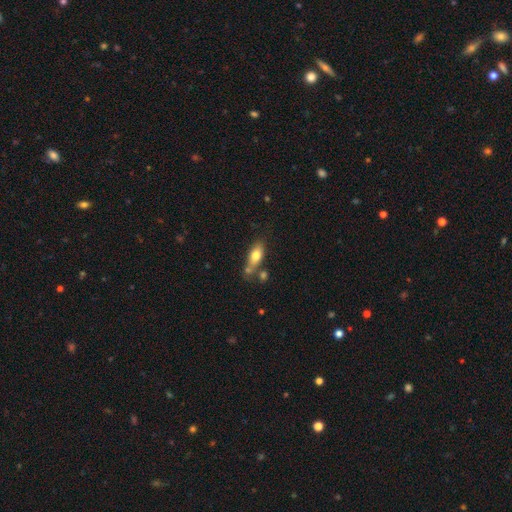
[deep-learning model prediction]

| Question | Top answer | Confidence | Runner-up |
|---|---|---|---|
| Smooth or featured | smooth | 73% | featured or disk (19%) |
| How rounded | in between | 79% | cigar-shaped (16%) |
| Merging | none | 53% | merger (23%) |